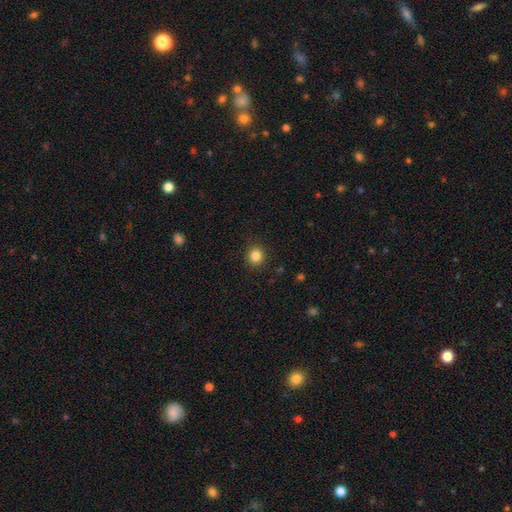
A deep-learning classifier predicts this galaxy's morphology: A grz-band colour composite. It shows a smooth galaxy with no disk features (85%) that is round (88%). Merging: none (90%).